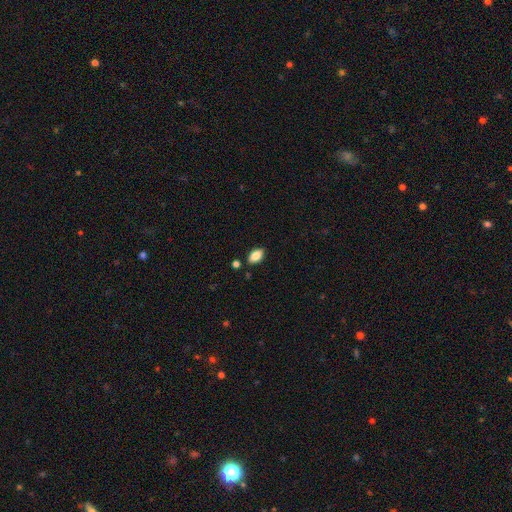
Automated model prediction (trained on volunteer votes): smooth_or_featured: smooth (p=0.84) [alt: featured or disk p=0.08]
how_rounded: in between (p=0.92) [alt: round p=0.05]
merging: none (p=0.84) [alt: minor disturbance p=0.10]